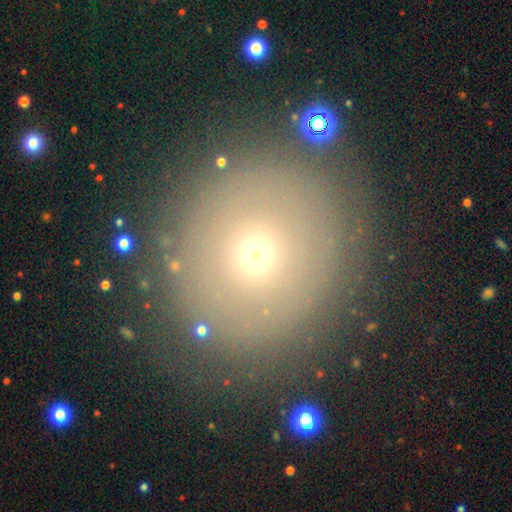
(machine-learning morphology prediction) A smooth galaxy with no disk features (61%) that is round (88%).

Vote fractions:
- Smooth or featured? smooth: 61% / featured or disk: 21% / star or artifact: 18%
- How rounded? round: 88% / in between: 11% / cigar-shaped: 1%
- Merging? none: 83% / minor disturbance: 10% / major disturbance: 5% / merger: 3%